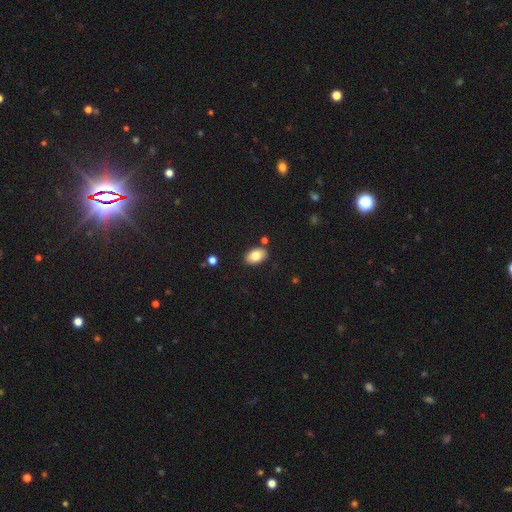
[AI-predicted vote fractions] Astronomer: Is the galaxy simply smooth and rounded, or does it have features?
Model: smooth — 81%.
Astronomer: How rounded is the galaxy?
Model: in between — 90%.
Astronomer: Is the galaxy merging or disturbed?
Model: none — 84%.